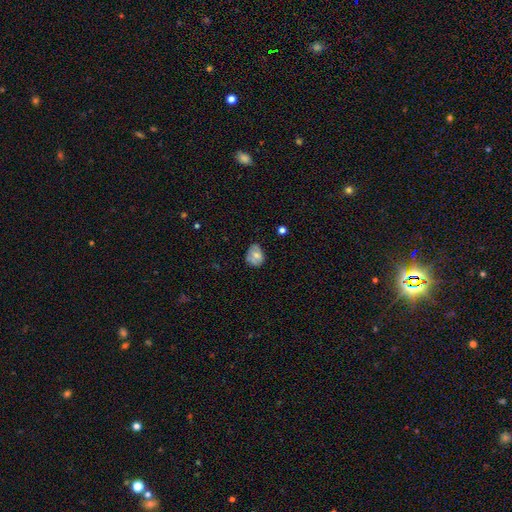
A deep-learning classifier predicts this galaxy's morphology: The model was most divided on "how rounded": in between: 57%, round: 41%, cigar-shaped: 1%. More confident: smooth or featured — smooth (67%); merging — none (56%).